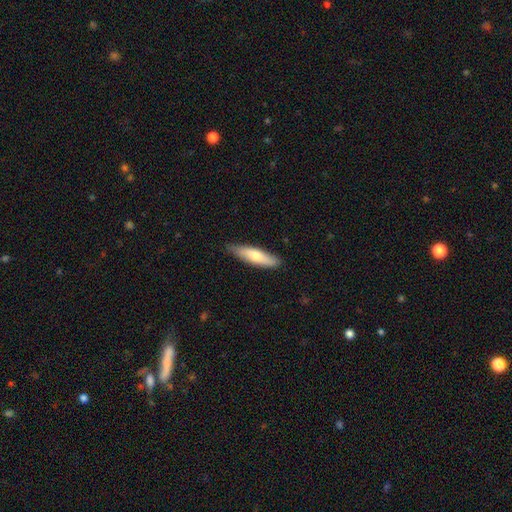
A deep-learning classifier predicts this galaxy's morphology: smooth-or-featured: smooth: 68% | featured or disk: 27% | star or artifact: 5%
  how-rounded: cigar-shaped: 68% | in between: 30% | round: 2%
  merging: none: 79% | minor disturbance: 17% | major disturbance: 2% | merger: 1%